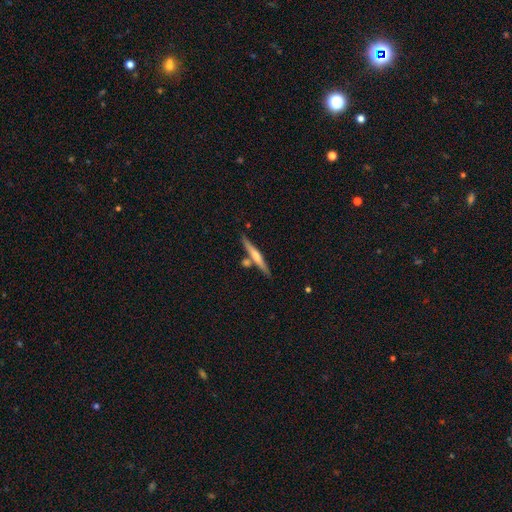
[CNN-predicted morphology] Smooth or featured? featured or disk (64%)
Edge-on disk? yes (97%)
Edge-on bulge? rounded (73%)
Merging? none (81%)